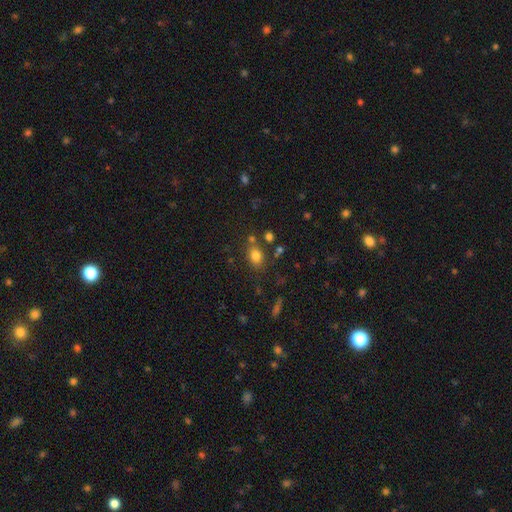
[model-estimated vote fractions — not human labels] Morphology: type=smooth (79%); roundness=in between (61%); merging=none (71%).